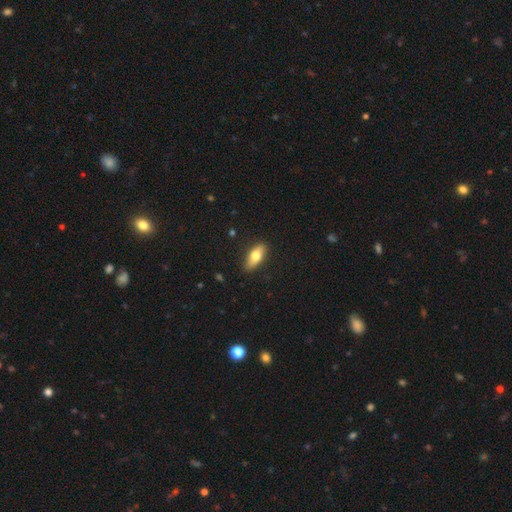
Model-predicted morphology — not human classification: A smooth galaxy with no disk features (70%) that is in between round and cigar-shaped (75%). Merging: none (87%).